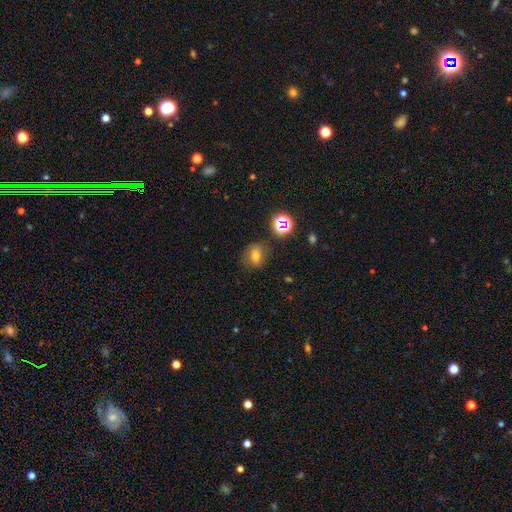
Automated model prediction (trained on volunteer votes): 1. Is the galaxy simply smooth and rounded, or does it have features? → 59% smooth, 21% star or artifact, 20% featured or disk.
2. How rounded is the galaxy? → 50% round, 47% in between, 2% cigar-shaped.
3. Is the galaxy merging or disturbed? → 74% none, 16% minor disturbance, 6% major disturbance, 4% merger.